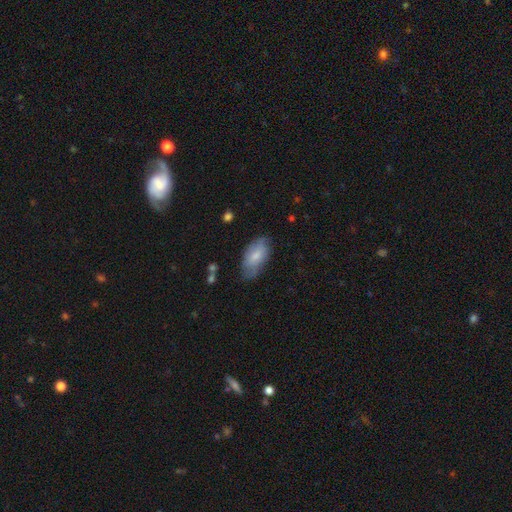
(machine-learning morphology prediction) Smooth or featured? Predicted: smooth (p=0.71). How rounded? Predicted: in between (p=0.93). Merging? Predicted: none (p=0.65).